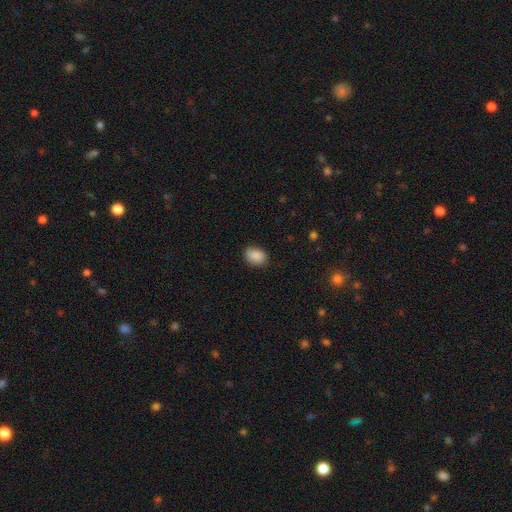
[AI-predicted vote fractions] A smooth galaxy with no disk features (88%) that is in between round and cigar-shaped (67%).

Vote fractions:
- Smooth or featured? smooth: 88% / star or artifact: 8% / featured or disk: 4%
- How rounded? in between: 67% / round: 32% / cigar-shaped: 1%
- Merging? none: 82% / minor disturbance: 14% / major disturbance: 3% / merger: 1%